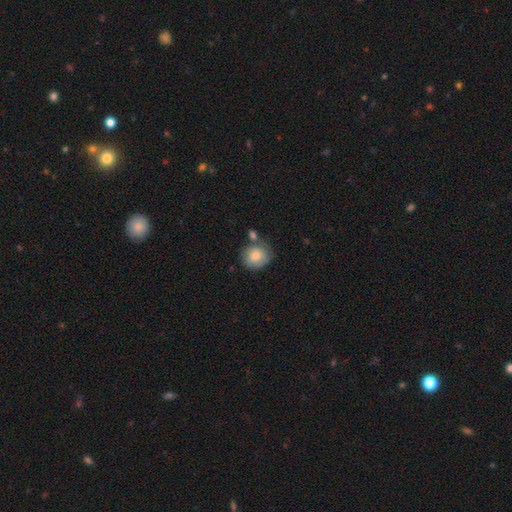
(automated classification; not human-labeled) smooth-or-featured: smooth: 80% | featured or disk: 13% | star or artifact: 7%
  how-rounded: round: 77% | in between: 22% | cigar-shaped: 1%
  merging: none: 57% | minor disturbance: 20% | merger: 17% | major disturbance: 6%